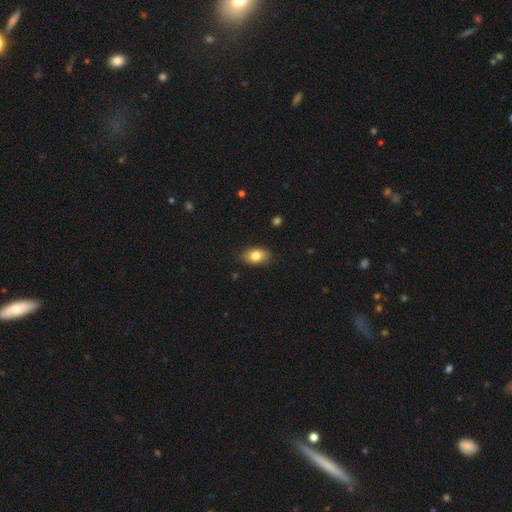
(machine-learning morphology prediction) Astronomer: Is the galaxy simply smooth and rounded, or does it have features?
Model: smooth — 81%.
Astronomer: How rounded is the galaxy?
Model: in between — 86%.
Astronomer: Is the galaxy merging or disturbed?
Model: none — 85%.